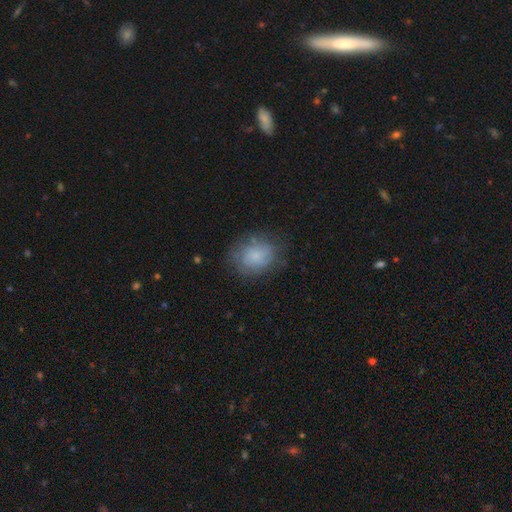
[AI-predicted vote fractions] Smooth or featured? Predicted: smooth (p=0.66). How rounded? Predicted: round (p=0.54). Merging? Predicted: none (p=0.69).